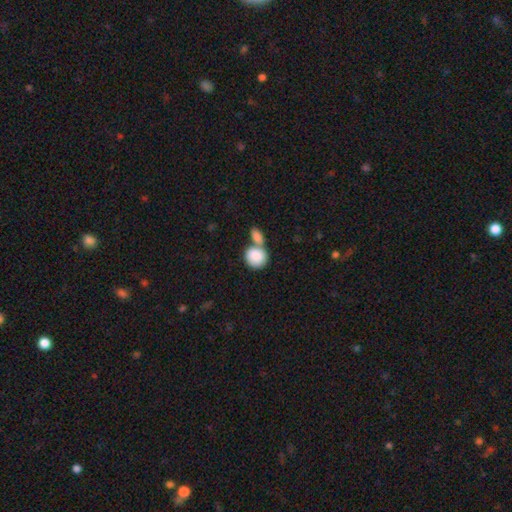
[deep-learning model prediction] Smooth or featured? Predicted: smooth (p=0.86). How rounded? Predicted: round (p=0.76). Merging? Predicted: merger (p=0.52).